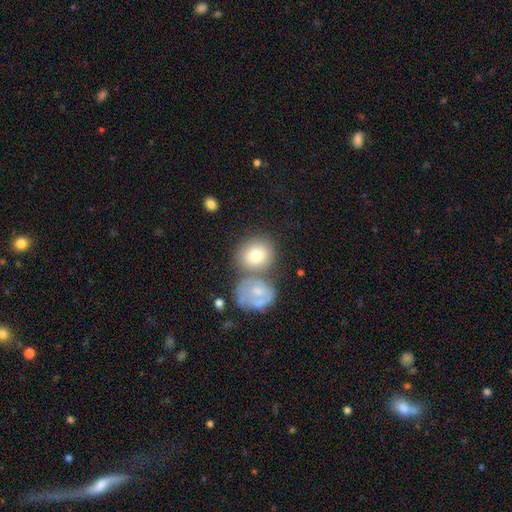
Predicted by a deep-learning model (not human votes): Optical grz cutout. It shows a smooth galaxy with no disk features (72%) that is round (72%). Merging: none (50%).